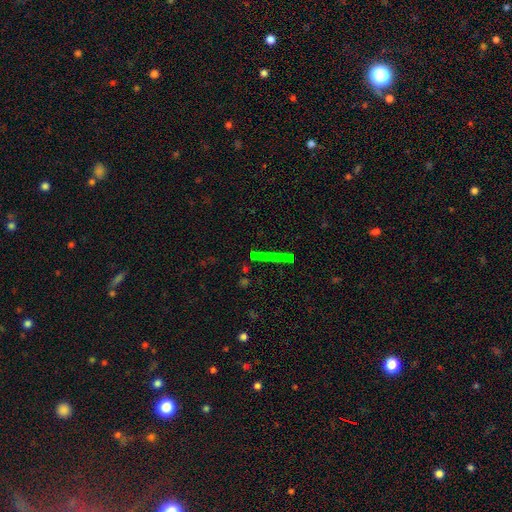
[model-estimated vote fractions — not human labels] This appears to be a star or artifact, not a galaxy (51%).